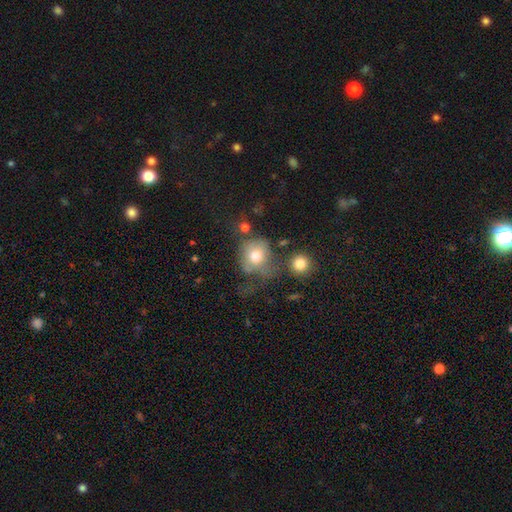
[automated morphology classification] This is likely a smooth galaxy (70%). How rounded: likely round (73%). Merging: marginally none (36%).